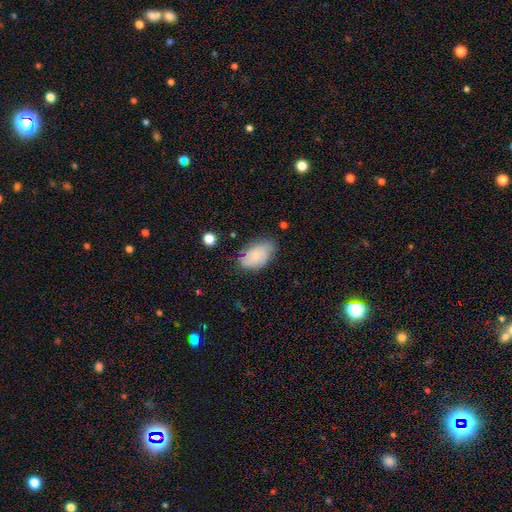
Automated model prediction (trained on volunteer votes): smooth-or-featured: smooth: 70% | featured or disk: 22% | star or artifact: 8%
  how-rounded: in between: 92% | round: 7% | cigar-shaped: 2%
  merging: none: 71% | minor disturbance: 22% | major disturbance: 5% | merger: 2%